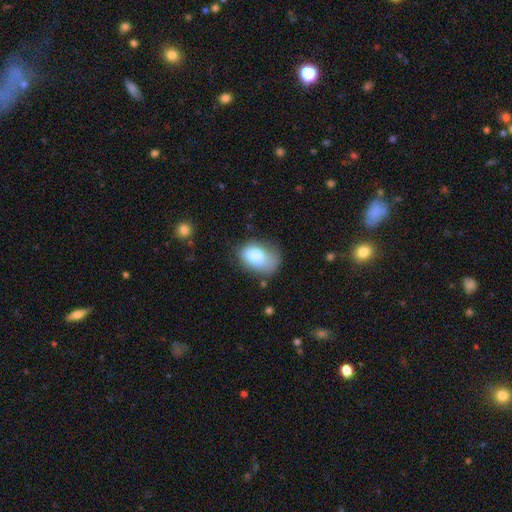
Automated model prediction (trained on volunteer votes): Smooth or featured: smooth — 78% (featured or disk — 13%)
How rounded: in between — 82% (round — 17%)
Merging: none — 51% (minor disturbance — 31%)